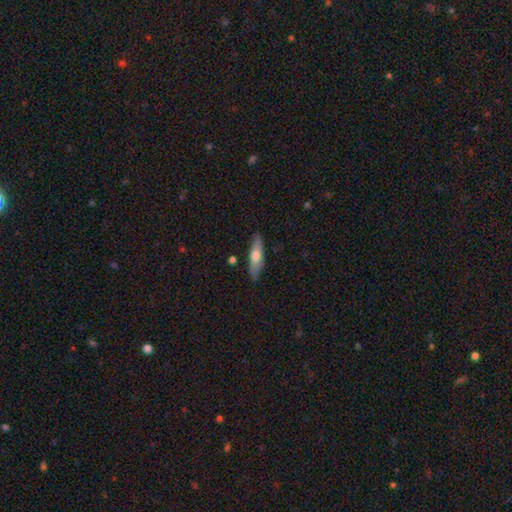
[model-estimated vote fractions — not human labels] smooth-or-featured: smooth: 60% | featured or disk: 34% | star or artifact: 6%
  how-rounded: cigar-shaped: 66% | in between: 32% | round: 2%
  merging: none: 86% | minor disturbance: 10% | major disturbance: 2% | merger: 2%